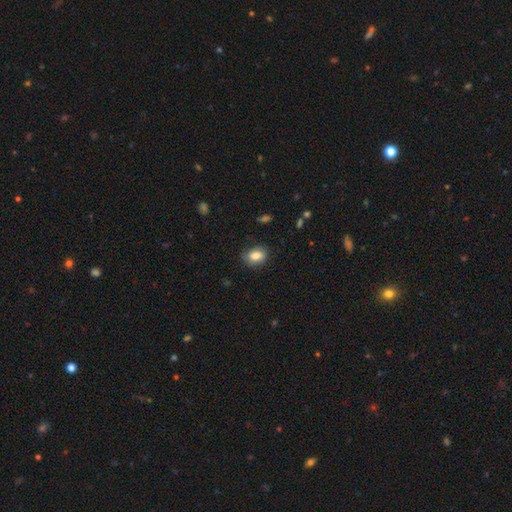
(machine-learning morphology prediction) This appears to be a smooth galaxy with no disk features (83%) that is in between round and cigar-shaped (68%). Merging: none (82%).